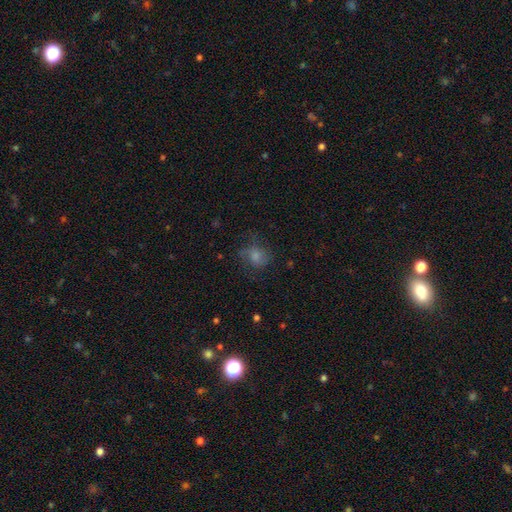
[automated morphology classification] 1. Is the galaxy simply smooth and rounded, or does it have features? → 64% smooth, 23% featured or disk, 13% star or artifact.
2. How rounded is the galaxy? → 63% round, 36% in between, 1% cigar-shaped.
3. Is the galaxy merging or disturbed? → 56% none, 23% minor disturbance, 18% major disturbance, 2% merger.